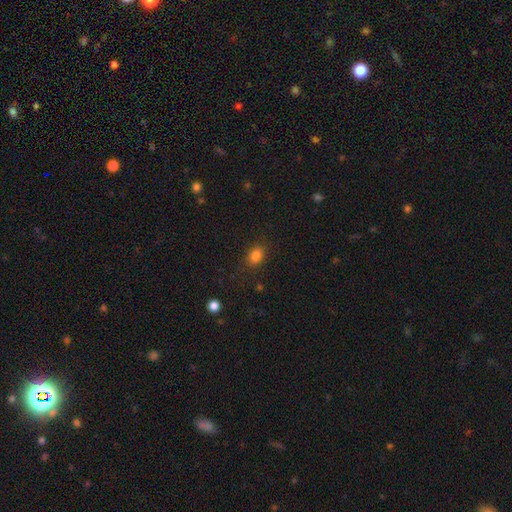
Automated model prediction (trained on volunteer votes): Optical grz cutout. It shows a smooth galaxy with no disk features (83%) that is in between round and cigar-shaped (69%). Merging: none (83%).